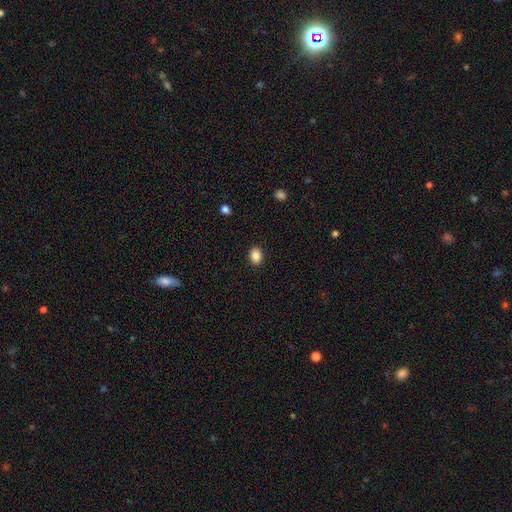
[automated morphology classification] A smooth galaxy with no disk features (87%) that is in between round and cigar-shaped (59%).

Vote fractions:
- Smooth or featured? smooth: 87% / star or artifact: 9% / featured or disk: 4%
- How rounded? in between: 59% / round: 40% / cigar-shaped: 1%
- Merging? none: 90% / minor disturbance: 7% / major disturbance: 2% / merger: 1%